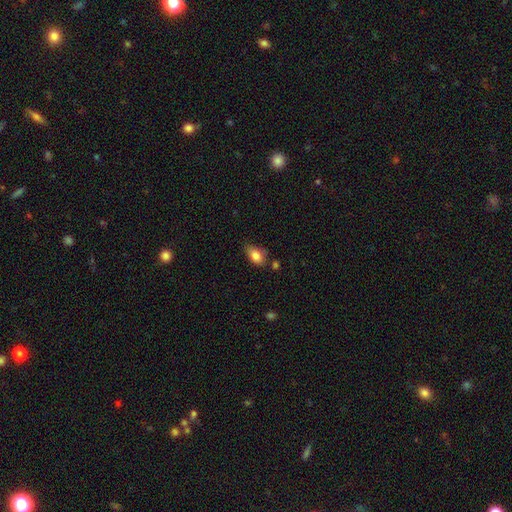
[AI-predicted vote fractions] Smooth or featured? smooth (83%)
How rounded? in between (88%)
Merging? none (67%)